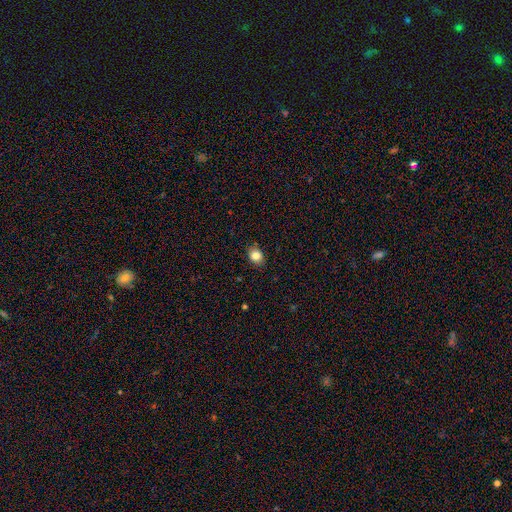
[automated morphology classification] A smooth galaxy with no disk features (83%) that is in between round and cigar-shaped (57%).

Vote fractions:
- Smooth or featured? smooth: 83% / star or artifact: 10% / featured or disk: 7%
- How rounded? in between: 57% / round: 42% / cigar-shaped: 1%
- Merging? none: 87% / minor disturbance: 10% / major disturbance: 2% / merger: 1%